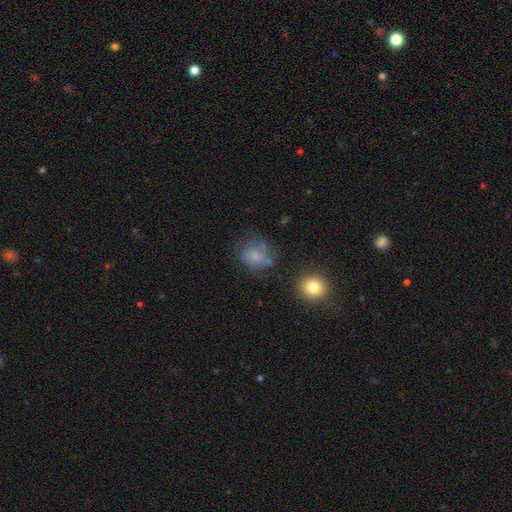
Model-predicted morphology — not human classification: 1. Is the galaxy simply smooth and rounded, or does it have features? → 62% smooth, 26% featured or disk, 12% star or artifact.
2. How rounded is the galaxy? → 67% round, 32% in between, 1% cigar-shaped.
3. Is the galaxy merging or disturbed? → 54% none, 24% minor disturbance, 18% major disturbance, 4% merger.